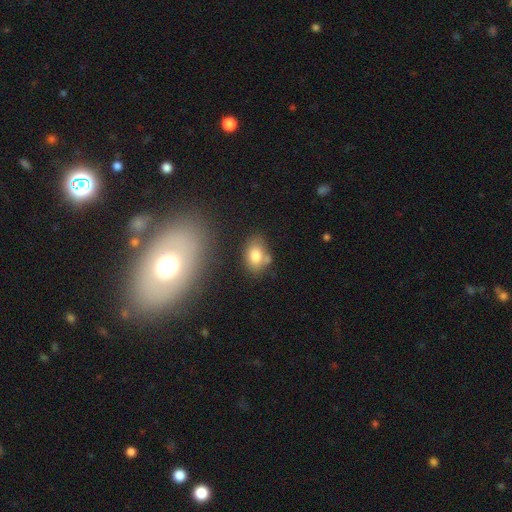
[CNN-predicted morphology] type=smooth (79%); roundness=in between (81%); merging=none (59%).